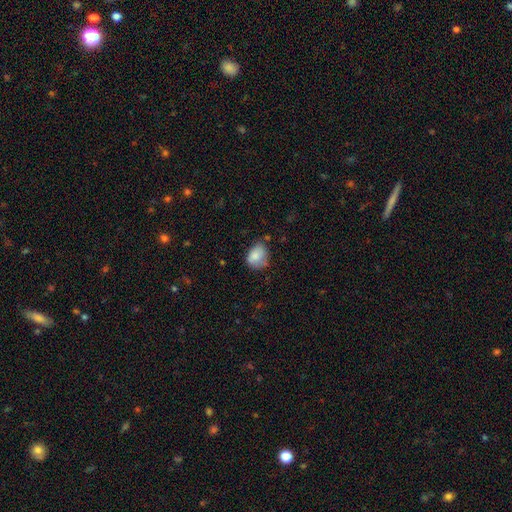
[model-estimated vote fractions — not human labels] Smooth or featured? smooth (81%)
How rounded? in between (57%)
Merging? none (52%)